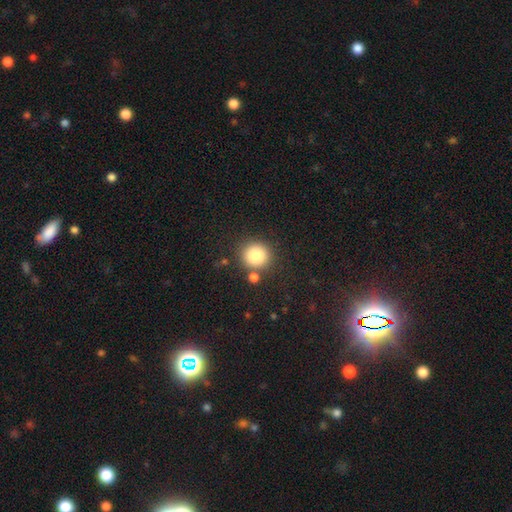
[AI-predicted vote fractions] Q: Smooth or featured?
A: smooth (84%); runner-up: star or artifact (10%)
Q: How rounded?
A: round (91%); runner-up: in between (8%)
Q: Merging?
A: none (80%); runner-up: merger (9%)